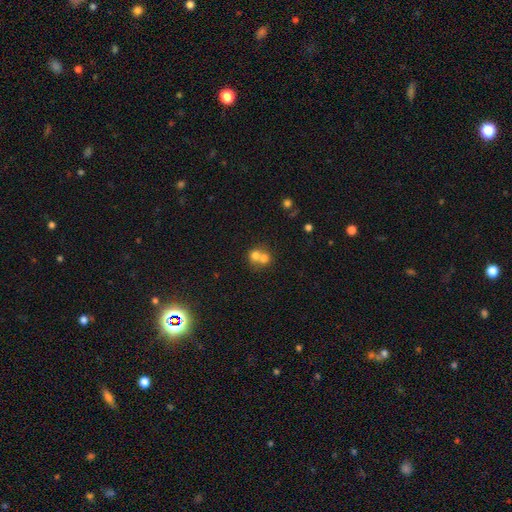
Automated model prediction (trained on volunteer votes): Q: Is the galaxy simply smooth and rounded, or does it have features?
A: smooth — 70%.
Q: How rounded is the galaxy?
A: round — 78%.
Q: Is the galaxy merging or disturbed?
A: merger — 67%.